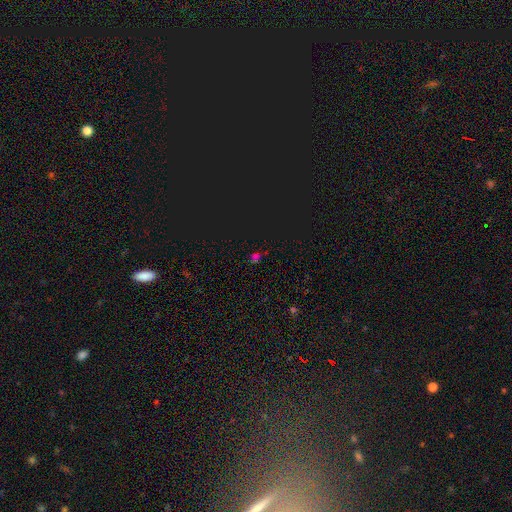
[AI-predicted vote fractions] star or artifact 61%, smooth 31%, featured or disk 8%.